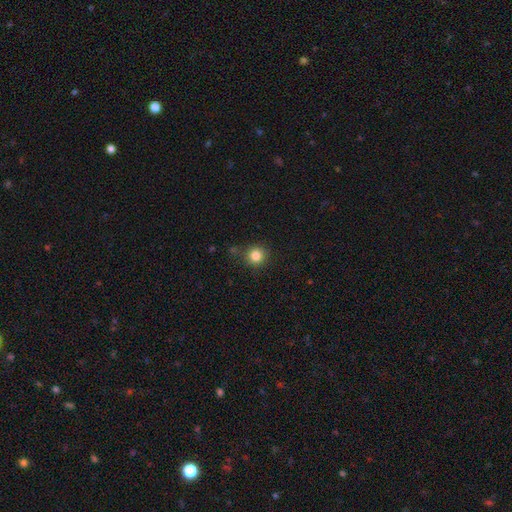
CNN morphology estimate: Q: Smooth or featured?
A: smooth (83%); runner-up: star or artifact (12%)
Q: How rounded?
A: round (93%); runner-up: in between (6%)
Q: Merging?
A: none (83%); runner-up: minor disturbance (11%)